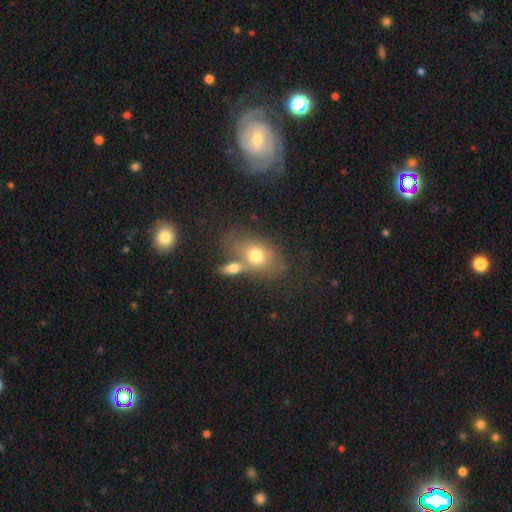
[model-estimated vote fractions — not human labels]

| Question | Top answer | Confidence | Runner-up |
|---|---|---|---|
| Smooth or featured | smooth | 70% | featured or disk (20%) |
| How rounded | in between | 75% | round (22%) |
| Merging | none | 46% | merger (33%) |